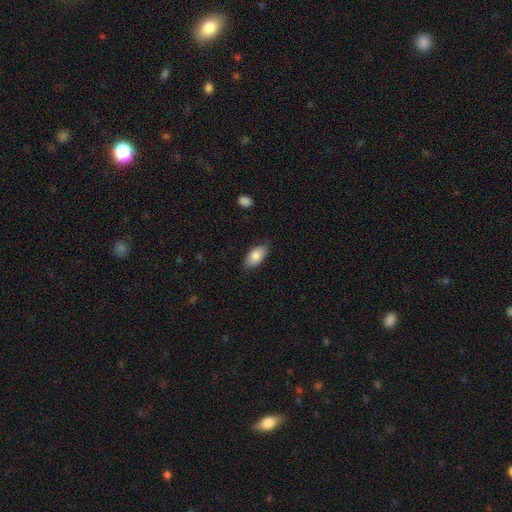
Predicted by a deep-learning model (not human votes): The model was most divided on "merging": none: 82%, minor disturbance: 15%, major disturbance: 3%, merger: 1%. More confident: how rounded — in between (92%); smooth or featured — smooth (82%).